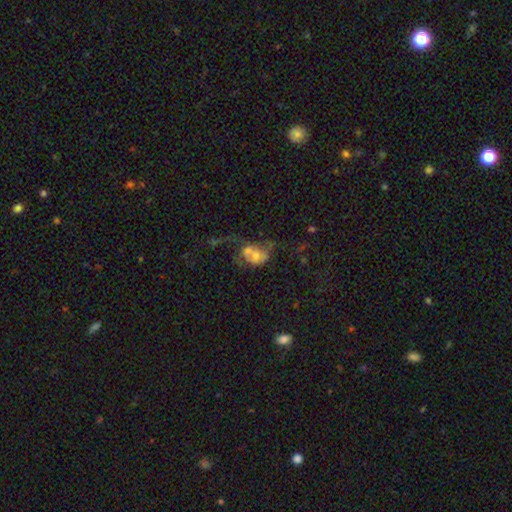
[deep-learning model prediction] Smooth or featured?
  - smooth: 47% *
  - featured or disk: 40%
  - star or artifact: 13%
Merging?
  - merger: 51% *
  - major disturbance: 23%
  - none: 16%
  - minor disturbance: 11%